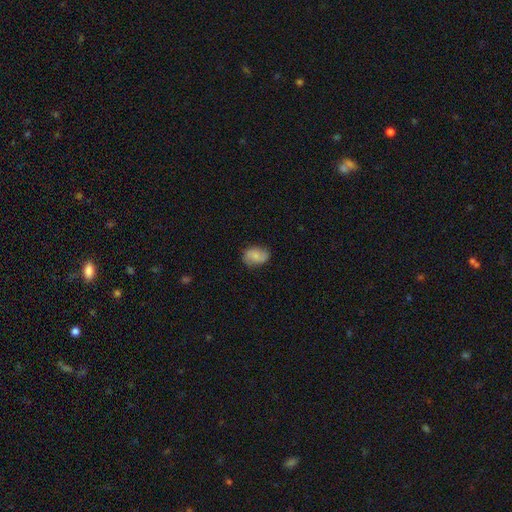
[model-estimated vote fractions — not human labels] This appears to be a smooth galaxy with no disk features (64%) that is in between round and cigar-shaped (77%). Merging: none (73%).